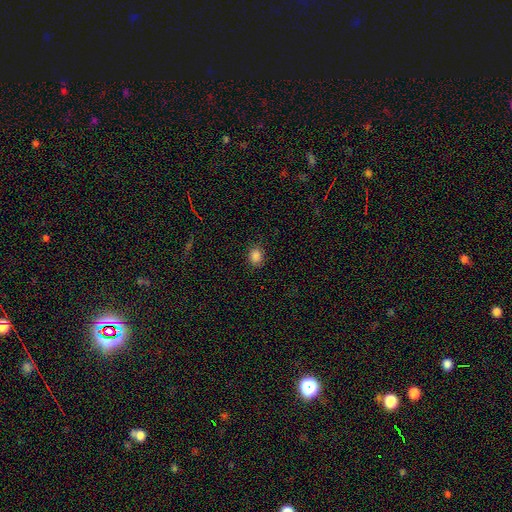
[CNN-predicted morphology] Smooth or featured? Predicted: smooth (p=0.85). How rounded? Predicted: round (p=0.52). Merging? Predicted: none (p=0.86).